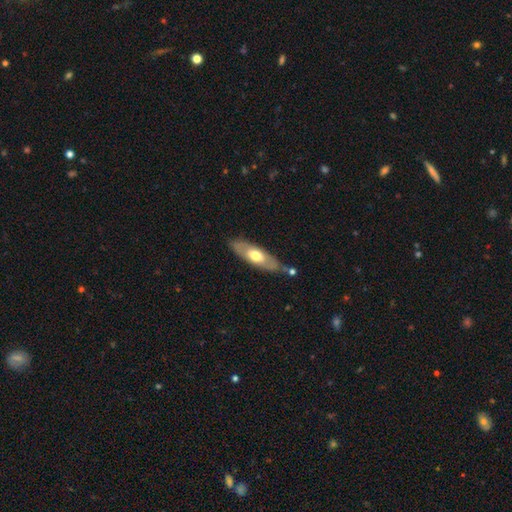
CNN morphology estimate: type=smooth (48%); merging=none (72%).